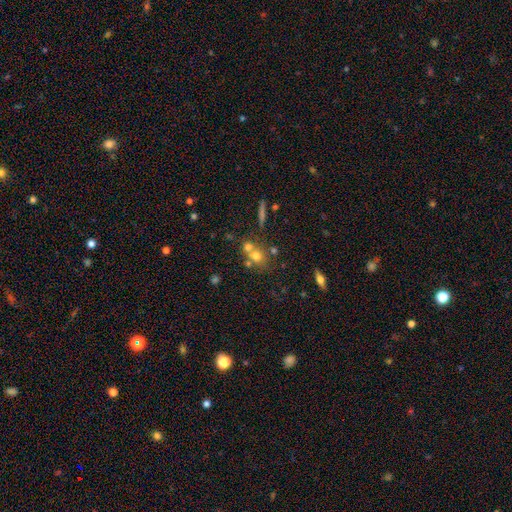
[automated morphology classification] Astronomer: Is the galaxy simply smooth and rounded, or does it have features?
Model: smooth — 64%.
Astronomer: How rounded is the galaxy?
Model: round — 75%.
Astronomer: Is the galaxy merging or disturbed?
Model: merger — 44% (runner-up: none, 43%).